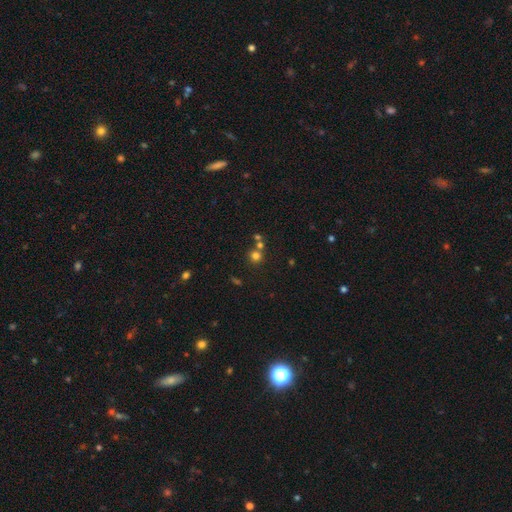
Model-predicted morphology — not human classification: type=smooth (71%); roundness=round (90%); merging=none (64%).